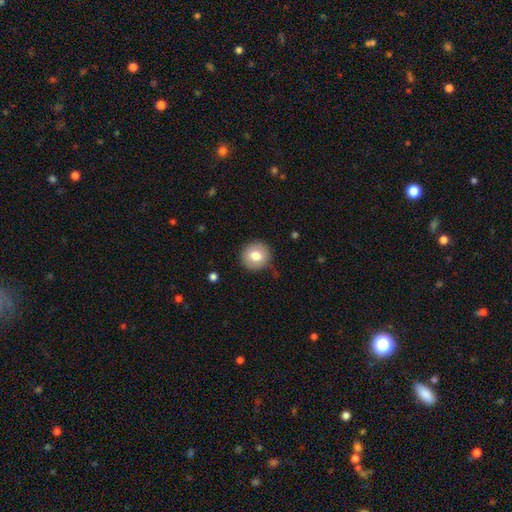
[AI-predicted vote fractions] This appears to be a smooth galaxy with no disk features (78%) that is round (93%). Merging: none (86%).